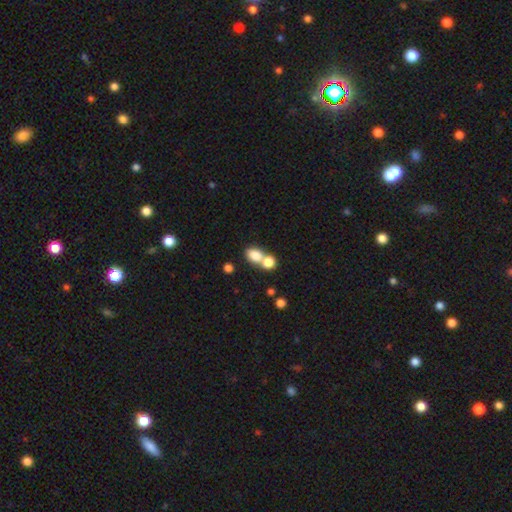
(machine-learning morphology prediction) smooth_or_featured: smooth (p=0.81) [alt: star or artifact p=0.10]
how_rounded: in between (p=0.65) [alt: round p=0.33]
merging: merger (p=0.50) [alt: none p=0.38]